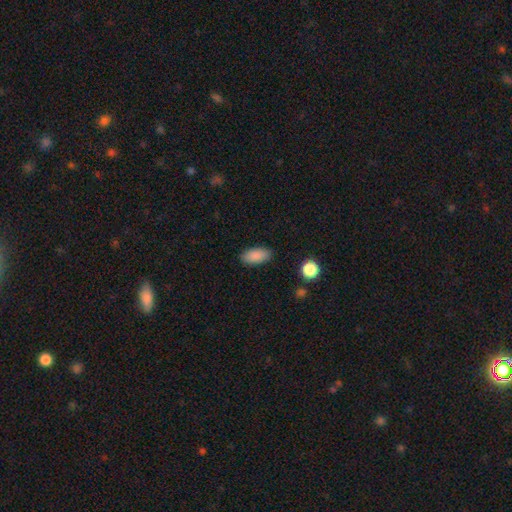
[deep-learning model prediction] A smooth galaxy with no disk features (88%) that is in between round and cigar-shaped (90%). Merging: none (86%).